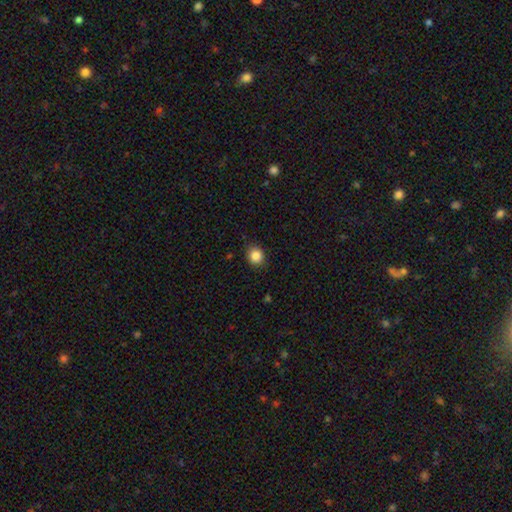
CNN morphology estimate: This appears to be a smooth galaxy with no disk features (86%) that is round (77%). Merging: none (86%).